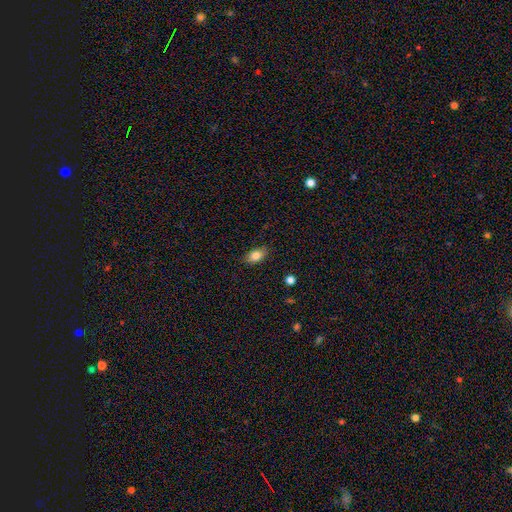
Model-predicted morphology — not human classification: Smooth or featured? smooth (83%)
How rounded? in between (85%)
Merging? none (84%)